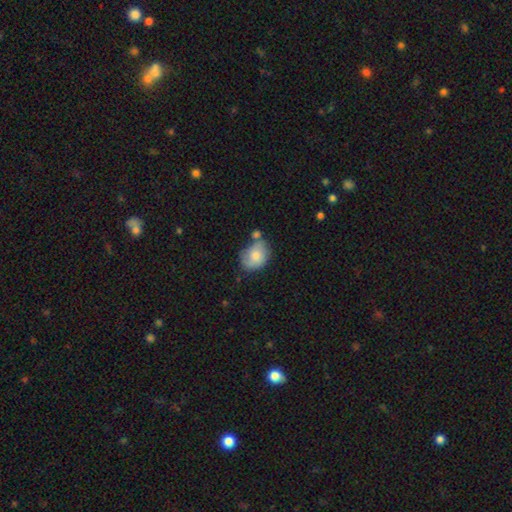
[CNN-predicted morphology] Q: Smooth or featured?
A: smooth (66%); runner-up: featured or disk (27%)
Q: How rounded?
A: in between (59%); runner-up: round (40%)
Q: Merging?
A: none (47%); runner-up: minor disturbance (27%)